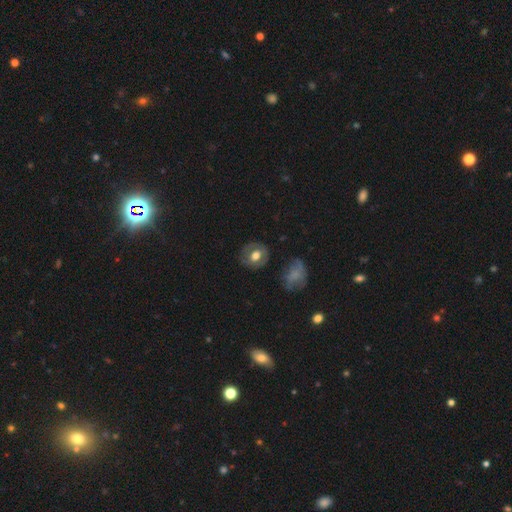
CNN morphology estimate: This is possibly a smooth galaxy (54%). How rounded: likely round (70%). Merging: clearly none (80%).